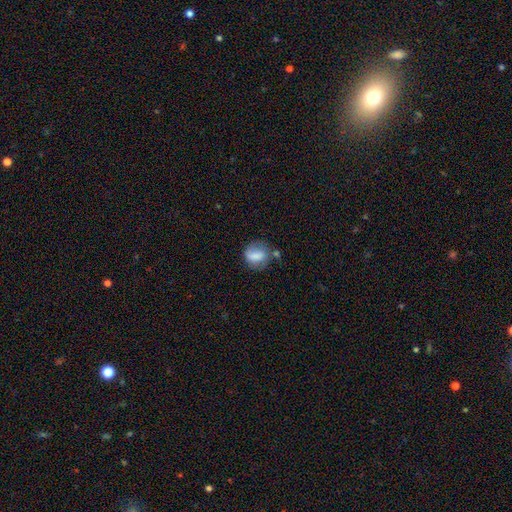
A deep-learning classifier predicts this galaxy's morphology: This appears to be a smooth galaxy with no disk features (66%) that is round (58%). Merging: none (47%).